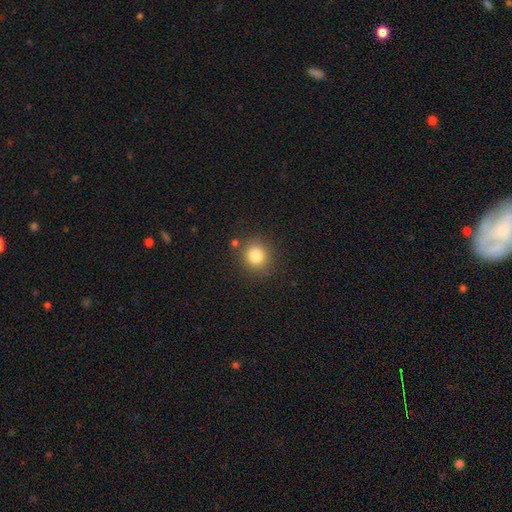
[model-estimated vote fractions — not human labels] The model was most divided on "smooth or featured": smooth: 81%, star or artifact: 12%, featured or disk: 7%. More confident: how rounded — round (89%); merging — none (84%).